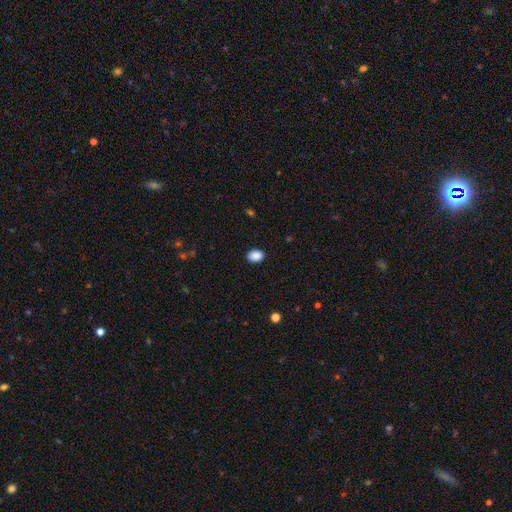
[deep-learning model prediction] This is clearly a smooth galaxy (89%). How rounded: likely in between (72%). Merging: clearly none (90%).